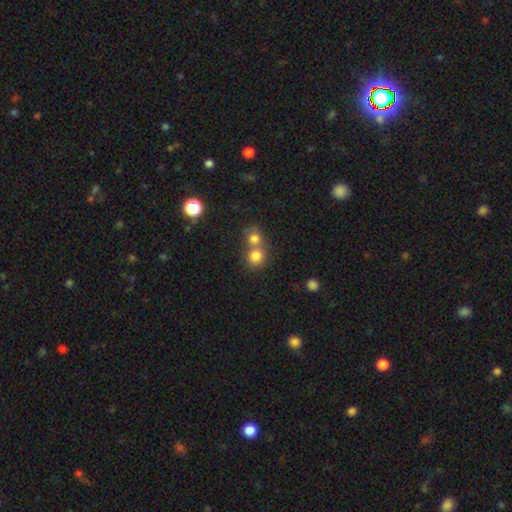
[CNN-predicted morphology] smooth_or_featured: smooth (p=0.80) [alt: star or artifact p=0.12]
how_rounded: round (p=0.84) [alt: in between p=0.15]
merging: merger (p=0.50) [alt: none p=0.42]